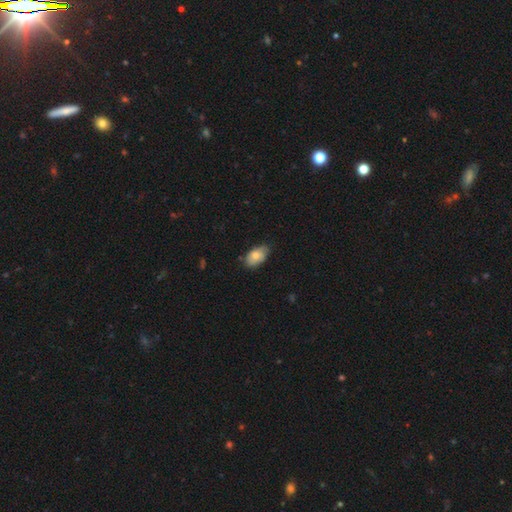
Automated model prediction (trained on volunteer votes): smooth-or-featured: smooth: 72% | featured or disk: 21% | star or artifact: 7%
  how-rounded: in between: 91% | round: 7% | cigar-shaped: 2%
  merging: none: 64% | minor disturbance: 30% | major disturbance: 4% | merger: 1%